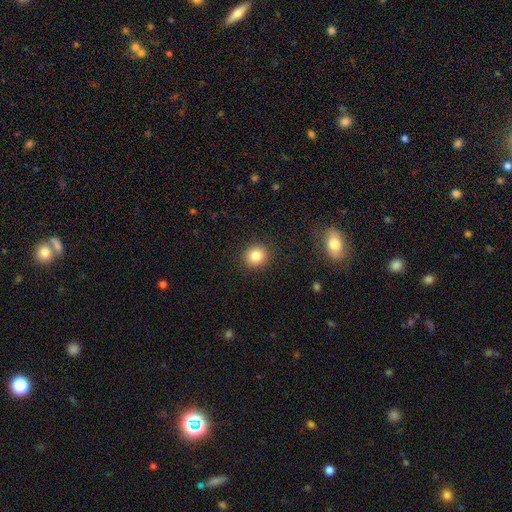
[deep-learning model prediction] Morphology: type=smooth (84%); roundness=round (84%); merging=none (90%).